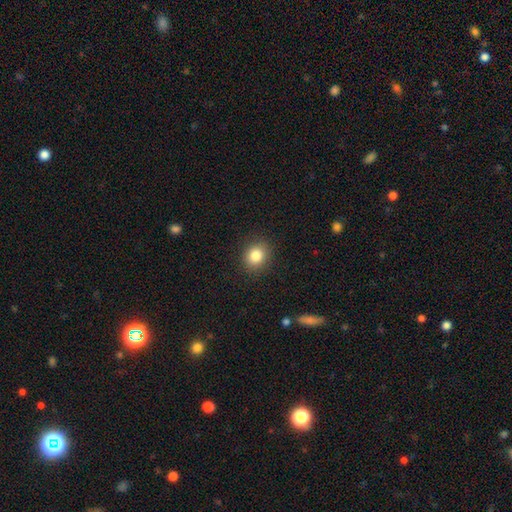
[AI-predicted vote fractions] smooth-or-featured: smooth: 84% | star or artifact: 10% | featured or disk: 6%
  how-rounded: round: 70% | in between: 29% | cigar-shaped: 1%
  merging: none: 89% | minor disturbance: 8% | major disturbance: 3% | merger: 1%